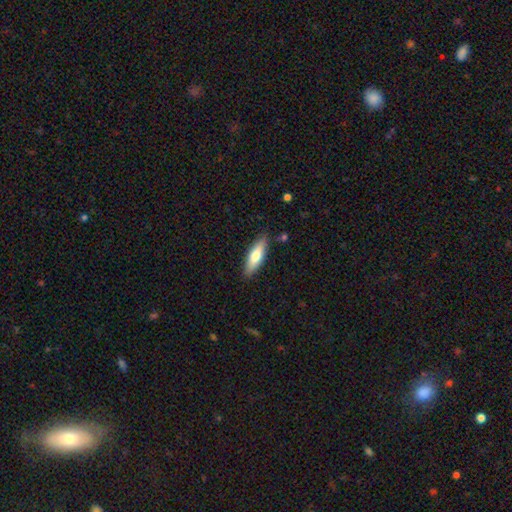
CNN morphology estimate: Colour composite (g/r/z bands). It shows a smooth galaxy with no disk features (65%) that is cigar-shaped (51%). Merging: none (85%).